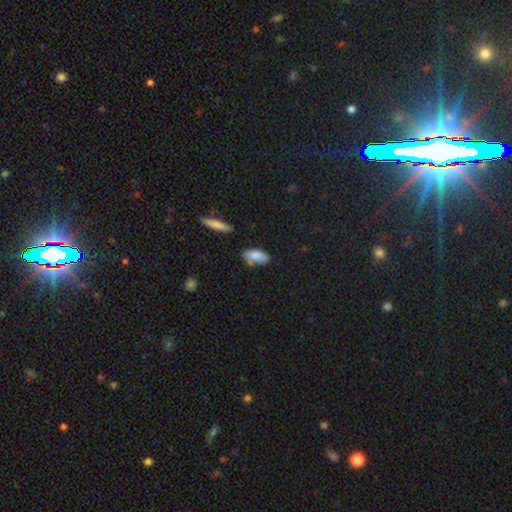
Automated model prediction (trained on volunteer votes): Smooth or featured?
  - smooth: 83% *
  - featured or disk: 9%
  - star or artifact: 7%
How rounded?
  - in between: 86% *
  - cigar-shaped: 12%
  - round: 3%
Merging?
  - none: 66% *
  - minor disturbance: 23%
  - merger: 6%
  - major disturbance: 5%